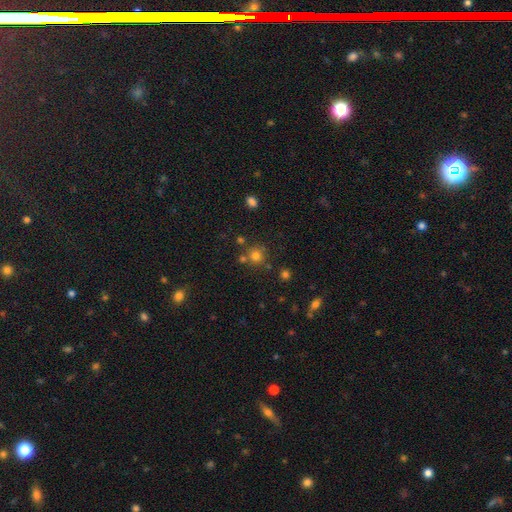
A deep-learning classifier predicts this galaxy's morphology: A smooth galaxy with no disk features (74%) that is round (90%).

Vote fractions:
- Smooth or featured? smooth: 74% / star or artifact: 17% / featured or disk: 8%
- How rounded? round: 90% / in between: 9% / cigar-shaped: 1%
- Merging? none: 71% / merger: 16% / minor disturbance: 9% / major disturbance: 4%